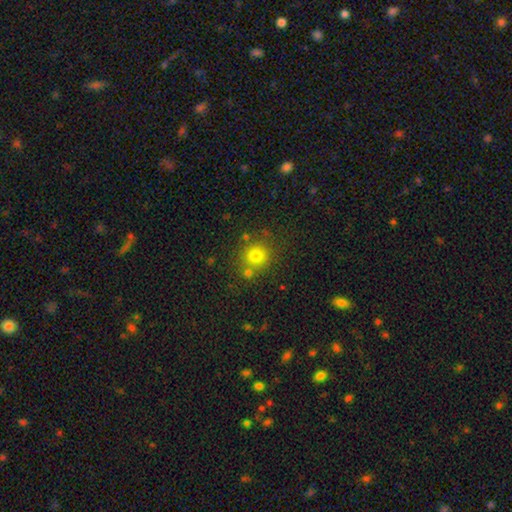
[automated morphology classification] Overall: smooth (77%). How rounded: round (89%). Merging: none (73%).